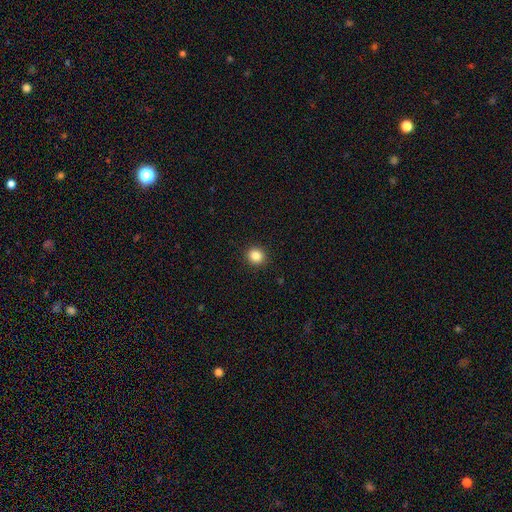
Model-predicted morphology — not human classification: smooth 86%, star or artifact 10%, featured or disk 4%. Down the decision tree: how rounded — round (86%); merging — none (92%).